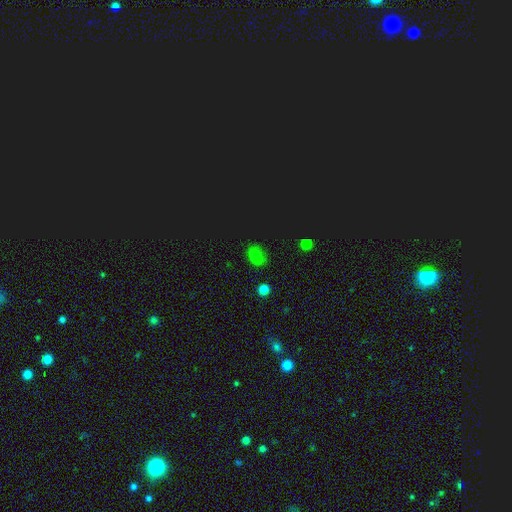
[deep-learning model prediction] Smooth or featured?
  - smooth: 66% *
  - star or artifact: 29%
  - featured or disk: 5%
How rounded?
  - in between: 64% *
  - round: 35%
  - cigar-shaped: 2%
Merging?
  - none: 82% *
  - minor disturbance: 13%
  - major disturbance: 3%
  - merger: 2%